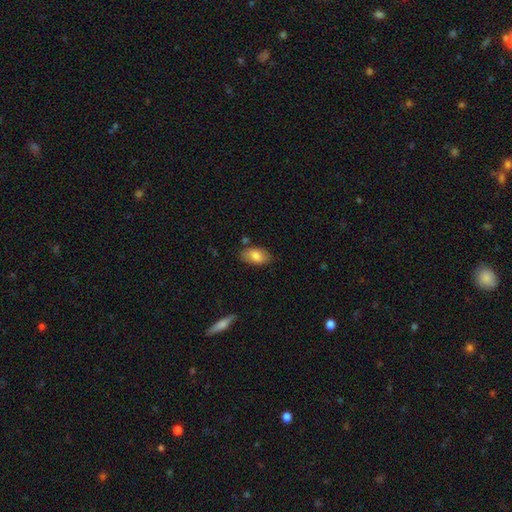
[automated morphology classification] A smooth galaxy with no disk features (81%) that is in between round and cigar-shaped (94%). Merging: none (79%).